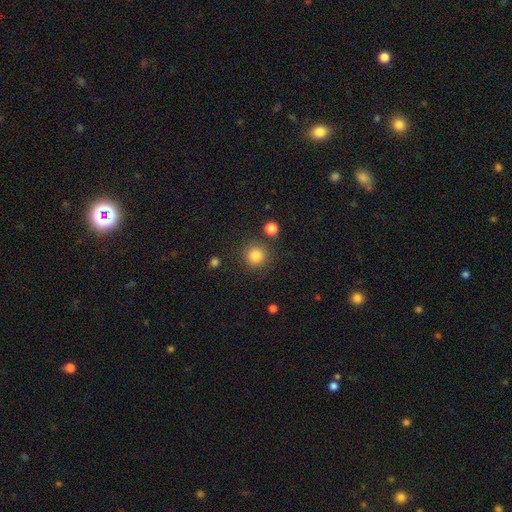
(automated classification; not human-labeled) Smooth or featured: smooth — 84% (star or artifact — 11%)
How rounded: round — 93% (in between — 6%)
Merging: none — 86% (minor disturbance — 7%)